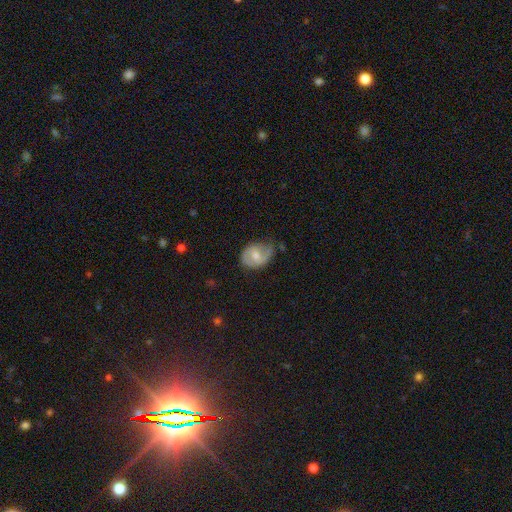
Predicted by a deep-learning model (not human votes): Morphology: type=featured or disk (49%); merging=none (47%).